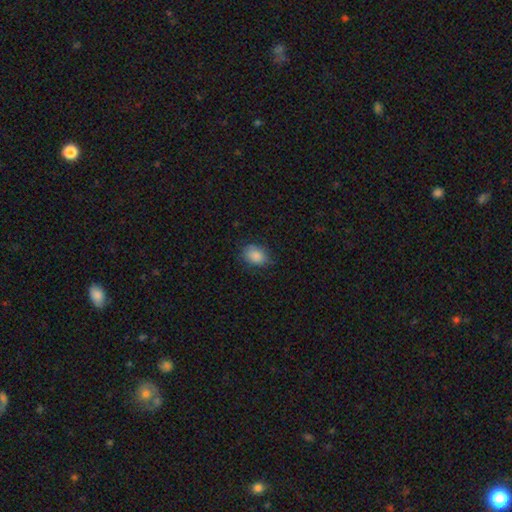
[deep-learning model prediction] smooth_or_featured: smooth (p=0.86) [alt: star or artifact p=0.08]
how_rounded: in between (p=0.77) [alt: round p=0.22]
merging: none (p=0.75) [alt: minor disturbance p=0.19]